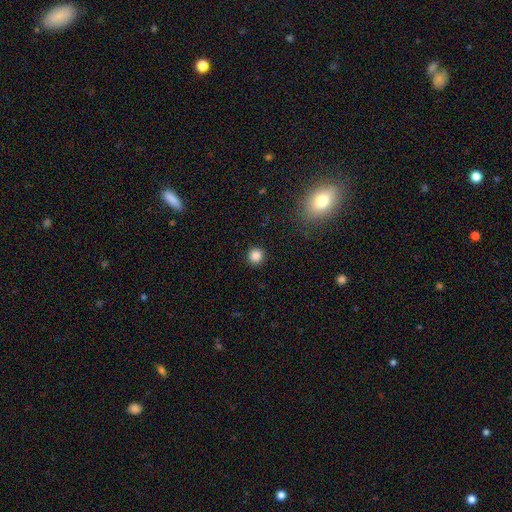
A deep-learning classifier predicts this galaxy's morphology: Overall: smooth (85%). How rounded: round (95%). Merging: none (92%).